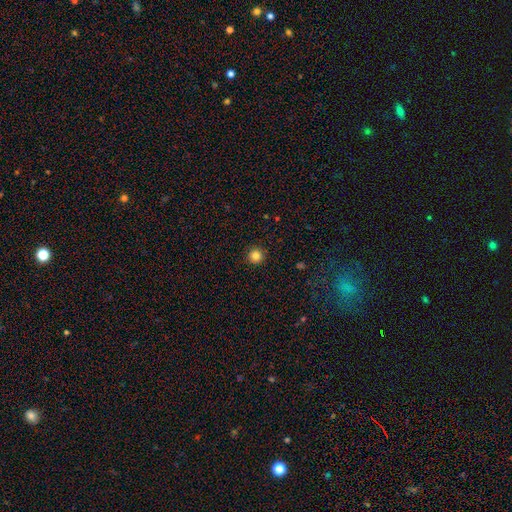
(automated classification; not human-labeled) Smooth or featured?
  - smooth: 84% *
  - star or artifact: 12%
  - featured or disk: 4%
How rounded?
  - round: 96% *
  - in between: 3%
  - cigar-shaped: 1%
Merging?
  - none: 93% *
  - minor disturbance: 4%
  - major disturbance: 2%
  - merger: 1%